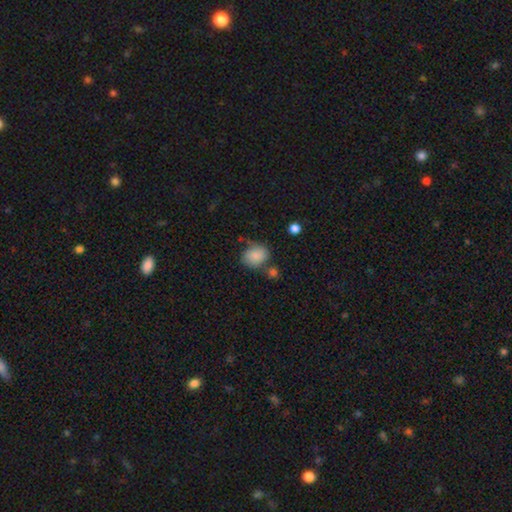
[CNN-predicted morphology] Smooth or featured? smooth (83%)
How rounded? round (53%)
Merging? none (59%)